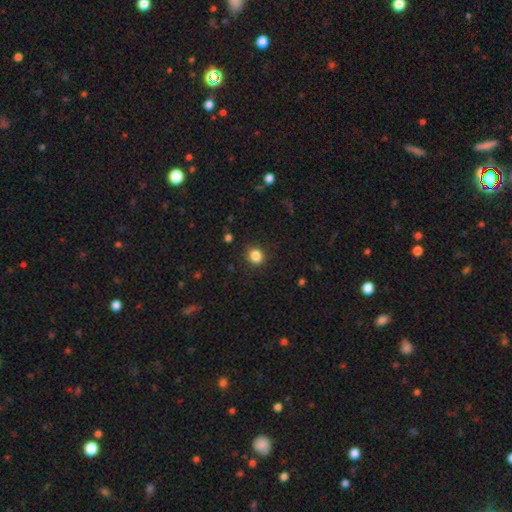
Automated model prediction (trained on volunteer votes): Smooth or featured? Predicted: smooth (p=0.86). How rounded? Predicted: round (p=0.72). Merging? Predicted: none (p=0.88).